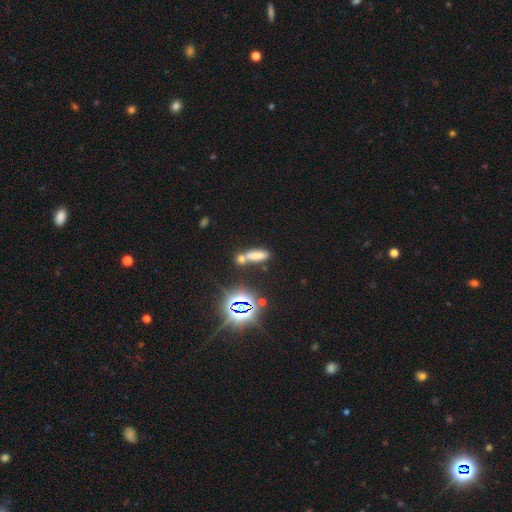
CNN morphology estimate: Overall: smooth (61%; star or artifact 27%). How rounded: in between (56%; cigar-shaped 36%). Merging: none (42%; merger 41%).